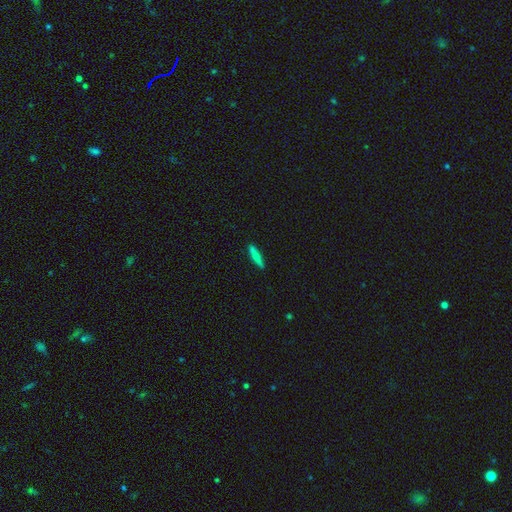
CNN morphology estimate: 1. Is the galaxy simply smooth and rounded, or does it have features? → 79% smooth, 15% featured or disk, 6% star or artifact.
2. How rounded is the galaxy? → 92% cigar-shaped, 6% in between, 2% round.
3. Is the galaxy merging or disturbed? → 90% none, 7% minor disturbance, 1% major disturbance, 1% merger.